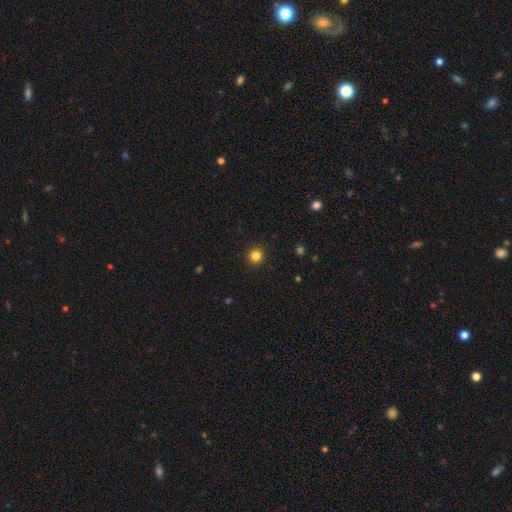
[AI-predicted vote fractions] The model was most divided on "smooth or featured": smooth: 83%, star or artifact: 13%, featured or disk: 4%. More confident: how rounded — round (94%); merging — none (92%).